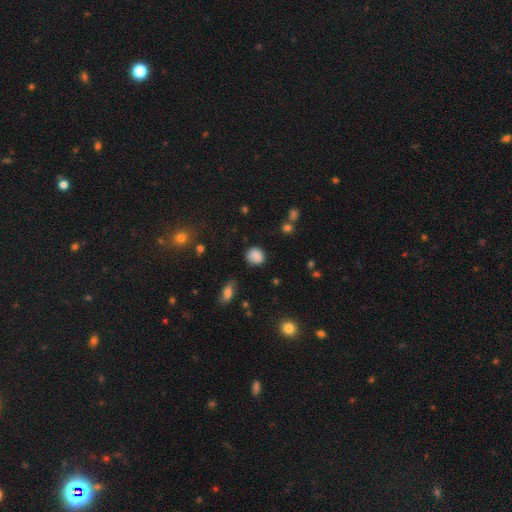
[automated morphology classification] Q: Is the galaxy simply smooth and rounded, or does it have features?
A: smooth — 83%.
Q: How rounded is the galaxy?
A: round — 76%.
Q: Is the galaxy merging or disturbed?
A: none — 78%.